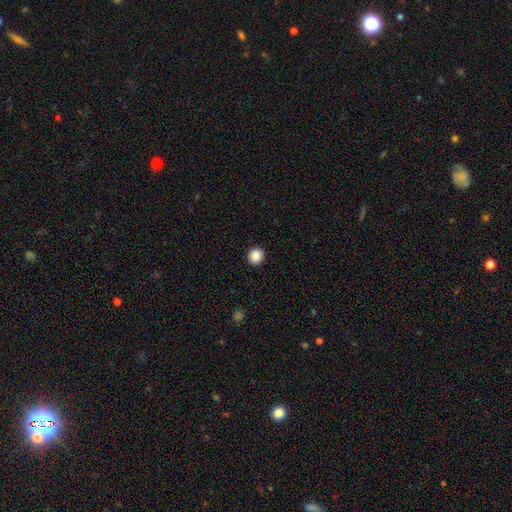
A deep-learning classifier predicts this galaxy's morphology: smooth_or_featured: smooth (p=0.87) [alt: star or artifact p=0.09]
how_rounded: round (p=0.90) [alt: in between p=0.09]
merging: none (p=0.92) [alt: minor disturbance p=0.05]